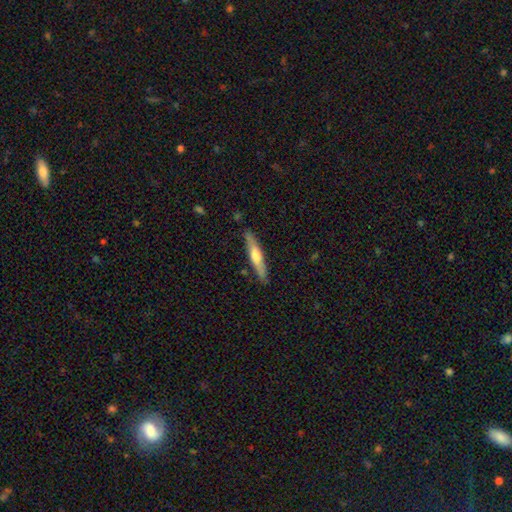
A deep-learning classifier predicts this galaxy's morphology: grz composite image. It shows a featured or disk galaxy (50%) viewed edge-on (93%). Merging: none (86%).